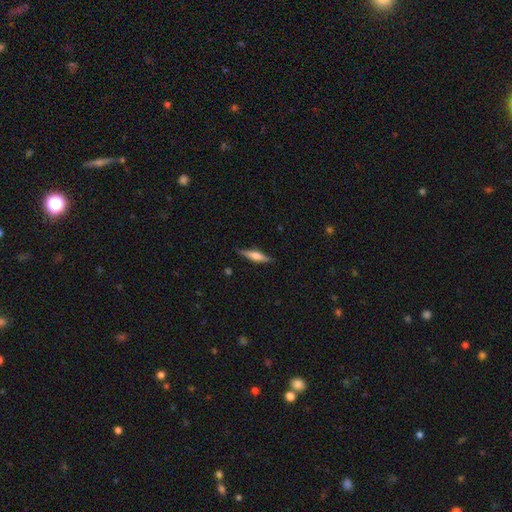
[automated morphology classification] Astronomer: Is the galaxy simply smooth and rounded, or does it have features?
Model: featured or disk — 55% (runner-up: smooth, 39%).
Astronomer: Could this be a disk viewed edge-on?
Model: yes — 96%.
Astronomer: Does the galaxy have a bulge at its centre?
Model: rounded — 82%.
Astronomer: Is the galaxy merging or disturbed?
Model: none — 87%.